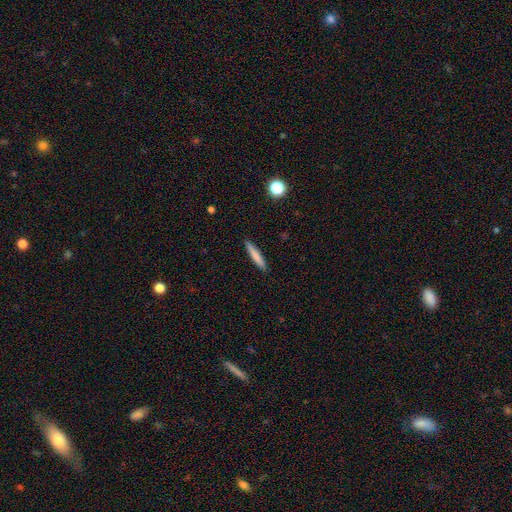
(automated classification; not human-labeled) A smooth galaxy with no disk features (76%) that is cigar-shaped (93%). Merging: none (91%).